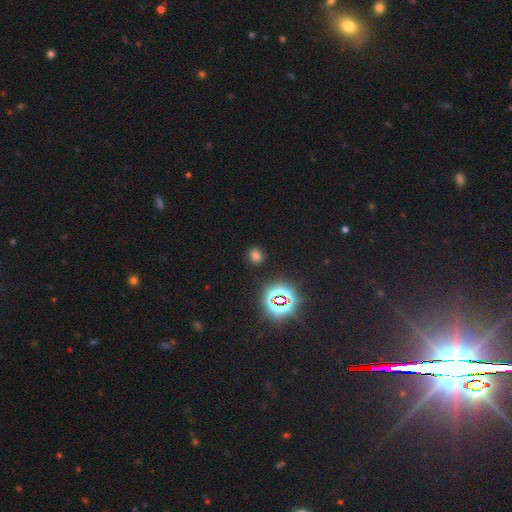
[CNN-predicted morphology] A smooth galaxy with no disk features (65%) that is round (64%).

Vote fractions:
- Smooth or featured? smooth: 65% / star or artifact: 29% / featured or disk: 6%
- How rounded? round: 64% / in between: 35% / cigar-shaped: 1%
- Merging? none: 87% / minor disturbance: 8% / major disturbance: 3% / merger: 2%